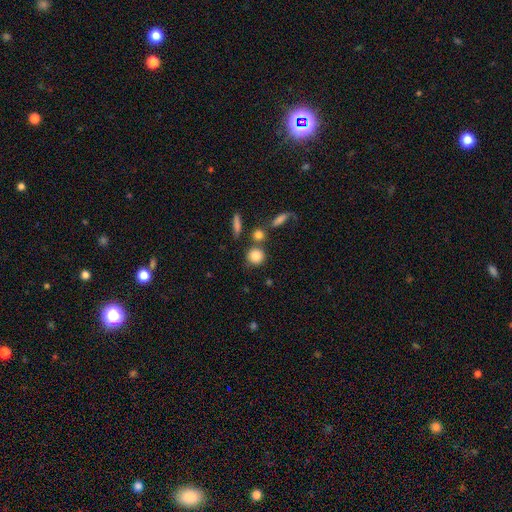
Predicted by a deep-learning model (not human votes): Morphology: type=smooth (84%); roundness=round (87%); merging=none (66%).